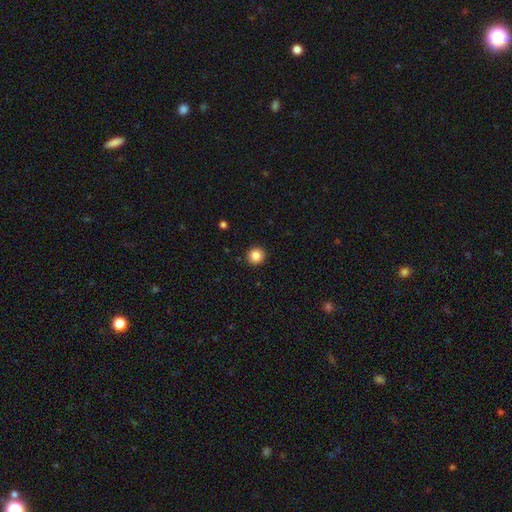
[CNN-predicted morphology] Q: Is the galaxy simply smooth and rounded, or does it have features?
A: smooth — 85%.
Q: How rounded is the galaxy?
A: round — 94%.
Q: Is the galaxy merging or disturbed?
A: none — 93%.